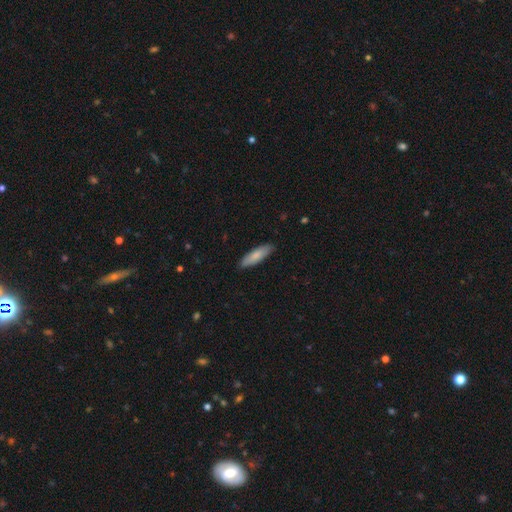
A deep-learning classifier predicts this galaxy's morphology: Overall: smooth (82%). How rounded: cigar-shaped (54%; in between 45%). Merging: none (87%).